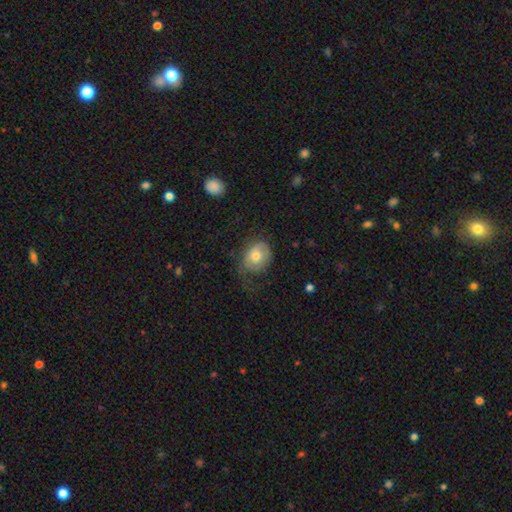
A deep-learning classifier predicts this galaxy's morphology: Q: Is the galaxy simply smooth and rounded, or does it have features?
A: smooth — 66%.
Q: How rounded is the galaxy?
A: round — 50%.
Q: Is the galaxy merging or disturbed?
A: none — 41%.